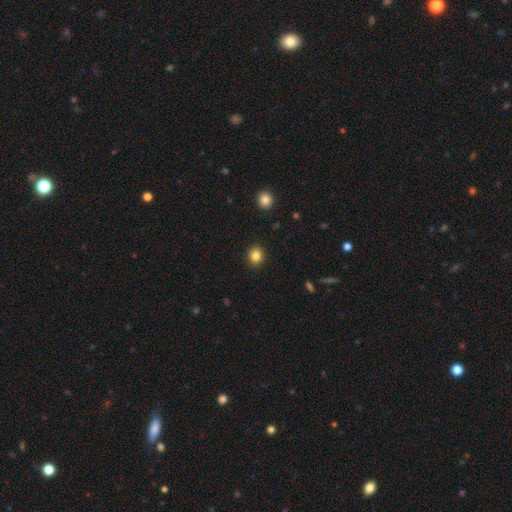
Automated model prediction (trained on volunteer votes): Smooth or featured? Predicted: smooth (p=0.84). How rounded? Predicted: round (p=0.79). Merging? Predicted: none (p=0.91).